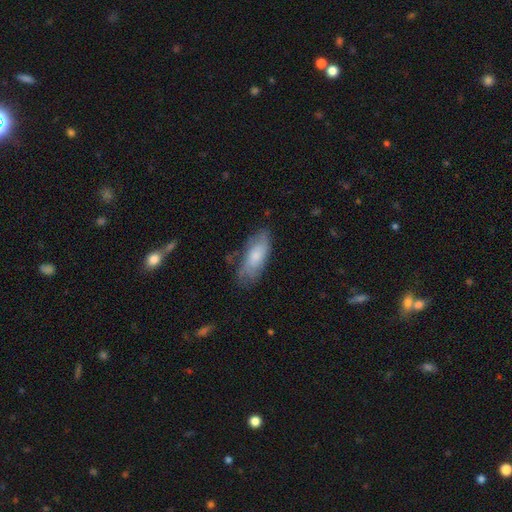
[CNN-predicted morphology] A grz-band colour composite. It shows a smooth galaxy with no disk features (62%) that is in between round and cigar-shaped (81%). Merging: none (64%).